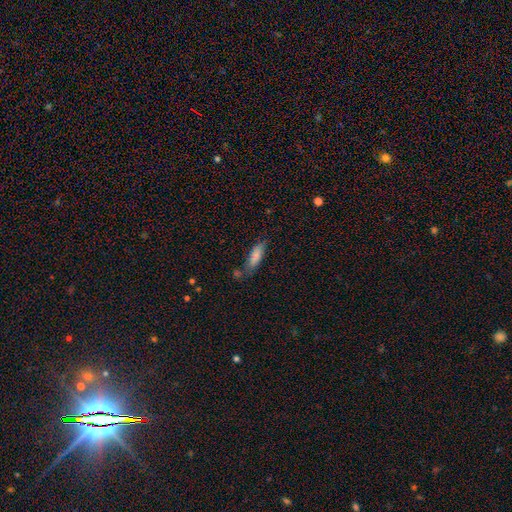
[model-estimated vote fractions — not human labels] Morphology: type=smooth (81%); roundness=cigar-shaped (49%, tied with in between); merging=none (62%).